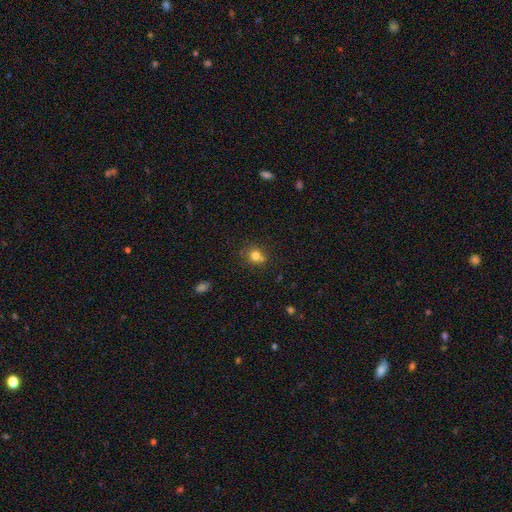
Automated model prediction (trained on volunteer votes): Q: Smooth or featured?
A: smooth (76%); runner-up: star or artifact (14%)
Q: How rounded?
A: round (79%); runner-up: in between (20%)
Q: Merging?
A: none (57%); runner-up: merger (25%)